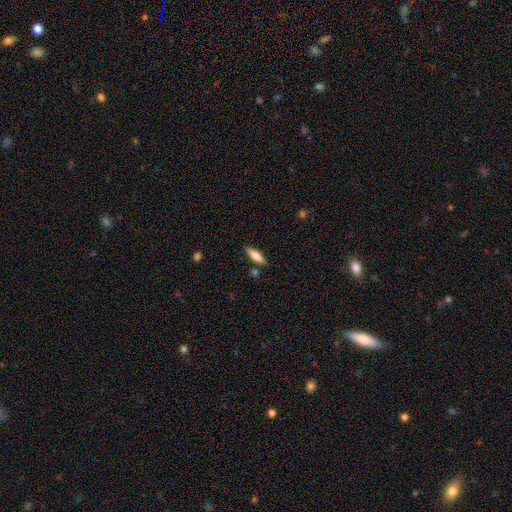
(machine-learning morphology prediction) A smooth galaxy with no disk features (71%) that is cigar-shaped (53%).

Vote fractions:
- Smooth or featured? smooth: 71% / featured or disk: 22% / star or artifact: 6%
- How rounded? cigar-shaped: 53% / in between: 44% / round: 2%
- Merging? none: 83% / minor disturbance: 11% / merger: 4% / major disturbance: 2%